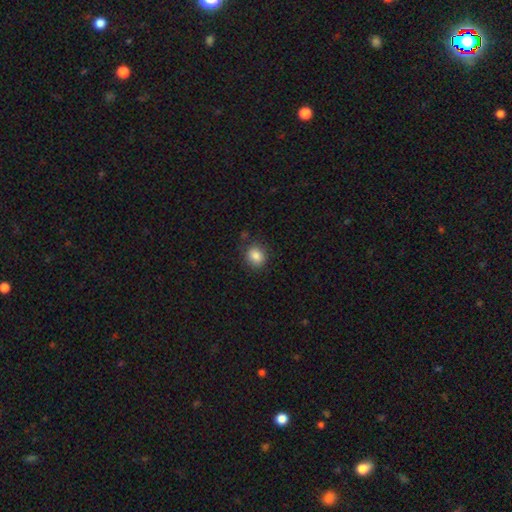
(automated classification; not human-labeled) Smooth or featured: smooth — 86% (star or artifact — 10%)
How rounded: round — 69% (in between — 30%)
Merging: none — 82% (minor disturbance — 12%)